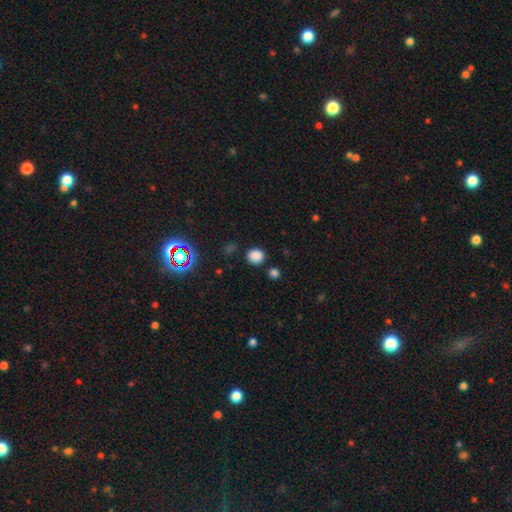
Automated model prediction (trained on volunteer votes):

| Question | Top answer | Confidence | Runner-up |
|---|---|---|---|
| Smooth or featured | smooth | 81% | star or artifact (15%) |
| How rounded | round | 84% | in between (15%) |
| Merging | none | 85% | minor disturbance (8%) |